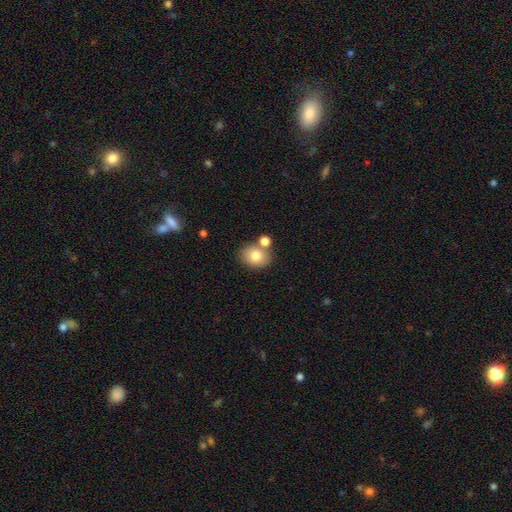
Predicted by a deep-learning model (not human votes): Smooth or featured? Predicted: smooth (p=0.79). How rounded? Predicted: round (p=0.51). Merging? Predicted: none (p=0.65).